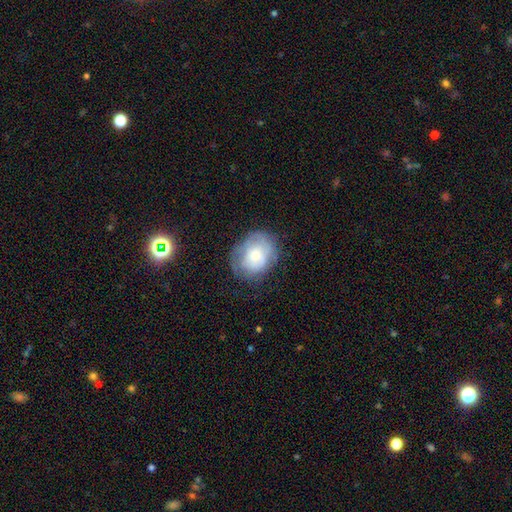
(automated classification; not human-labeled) Smooth or featured? Predicted: smooth (p=0.55). How rounded? Predicted: round (p=0.53). Merging? Predicted: none (p=0.60).